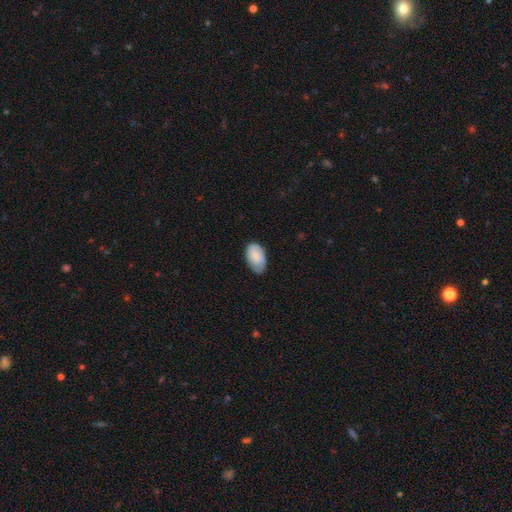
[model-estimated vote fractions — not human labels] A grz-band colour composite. It shows a smooth galaxy with no disk features (79%) that is in between round and cigar-shaped (94%). Merging: none (68%).